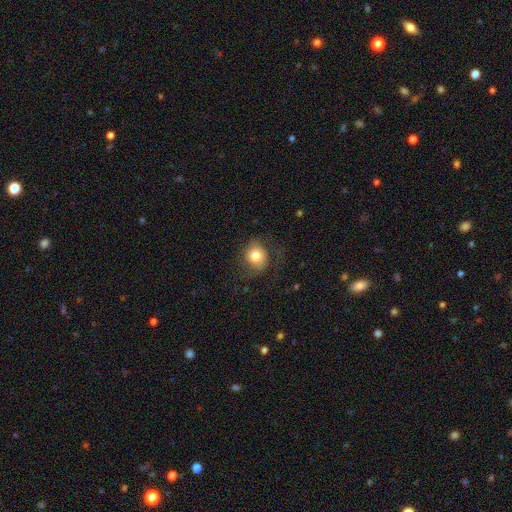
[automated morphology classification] smooth 73%, featured or disk 18%, star or artifact 9%. Down the decision tree: how rounded — round (73%); merging — none (63%).